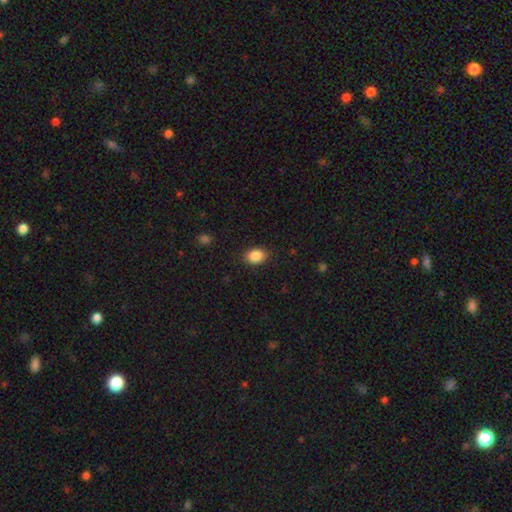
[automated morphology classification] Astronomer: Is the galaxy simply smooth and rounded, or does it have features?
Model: smooth — 88%.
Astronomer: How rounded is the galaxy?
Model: in between — 71%.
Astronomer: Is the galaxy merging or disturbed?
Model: none — 88%.